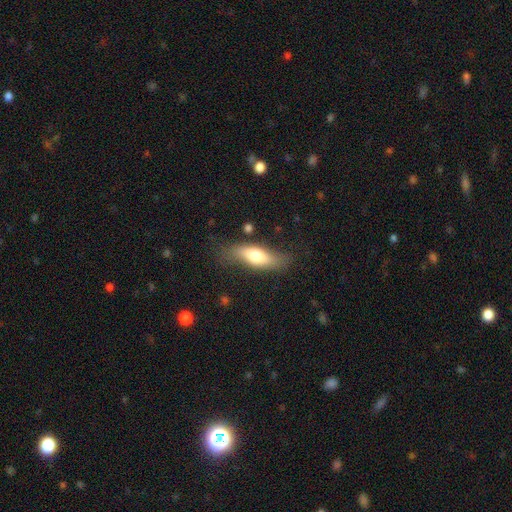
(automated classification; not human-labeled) Morphology: type=smooth (64%); roundness=in between (62%); merging=none (69%).